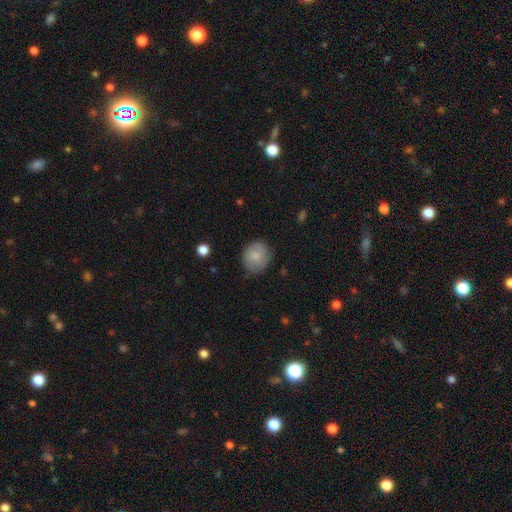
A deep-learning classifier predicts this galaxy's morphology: smooth_or_featured: smooth (p=0.81) [alt: featured or disk p=0.12]
how_rounded: round (p=0.80) [alt: in between p=0.19]
merging: none (p=0.80) [alt: minor disturbance p=0.15]